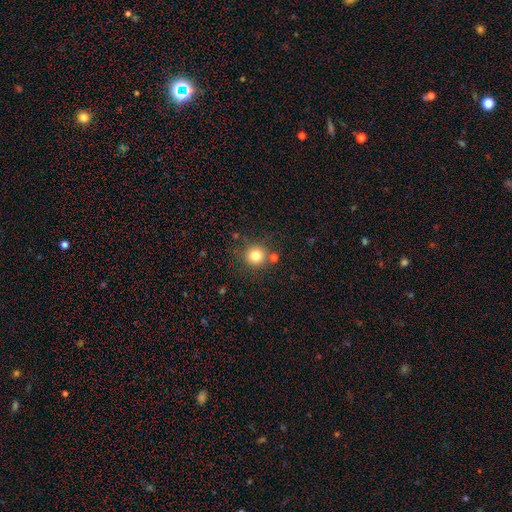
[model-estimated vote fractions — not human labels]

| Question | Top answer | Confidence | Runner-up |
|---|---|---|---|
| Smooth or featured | smooth | 80% | star or artifact (13%) |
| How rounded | round | 93% | in between (7%) |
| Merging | none | 80% | minor disturbance (9%) |